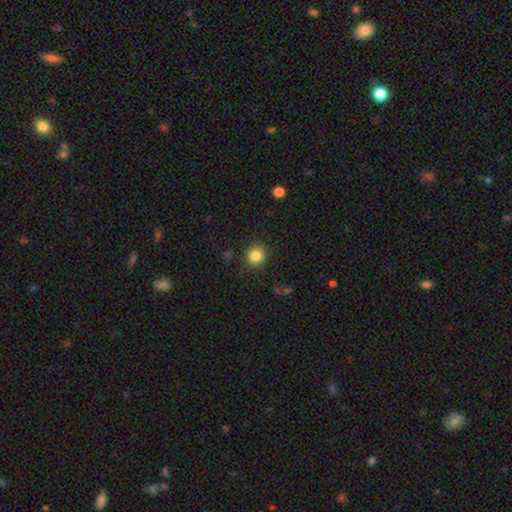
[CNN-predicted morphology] Smooth or featured: smooth — 84% (star or artifact — 11%)
How rounded: round — 86% (in between — 13%)
Merging: none — 88% (minor disturbance — 8%)